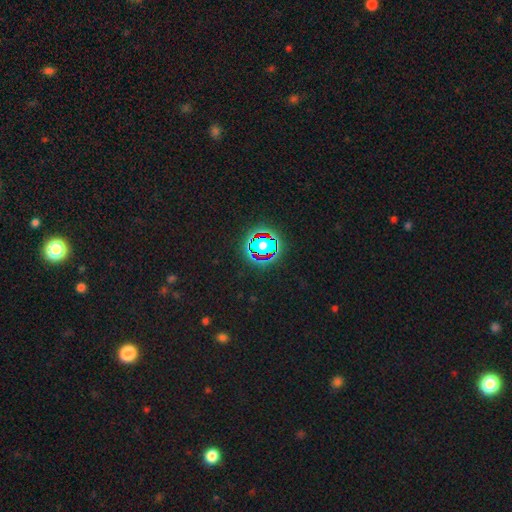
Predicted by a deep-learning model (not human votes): smooth-or-featured: star or artifact: 77% | smooth: 15% | featured or disk: 9%